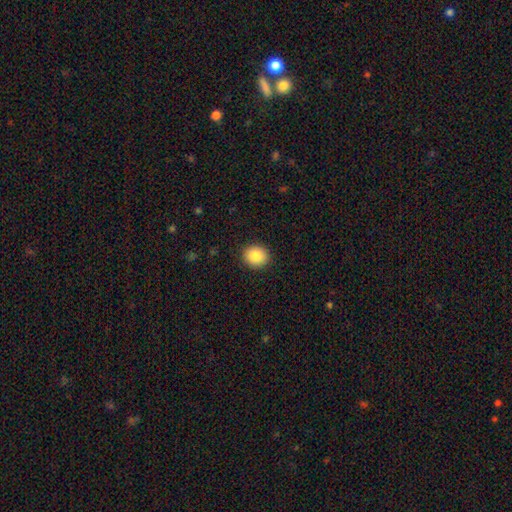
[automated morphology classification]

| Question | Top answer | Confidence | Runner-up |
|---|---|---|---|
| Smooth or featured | smooth | 88% | star or artifact (8%) |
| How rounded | round | 75% | in between (24%) |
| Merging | none | 91% | minor disturbance (7%) |